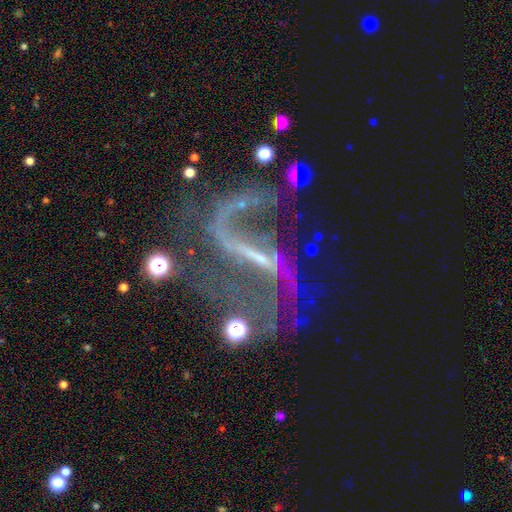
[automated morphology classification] The model was most divided on "merging": none: 42%, major disturbance: 30%, minor disturbance: 16%, merger: 13%. More confident: edge-on disk — no (95%); spiral arms — yes (89%); smooth or featured — featured or disk (84%); spiral arm count — 2 (78%); spiral winding — loose (72%); bulge size — small (54%); bar — strong (54%).